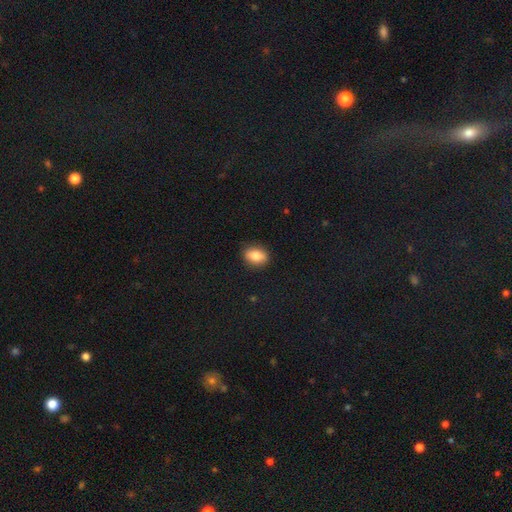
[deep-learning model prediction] This appears to be a smooth galaxy with no disk features (83%) that is in between round and cigar-shaped (72%). Merging: none (87%).